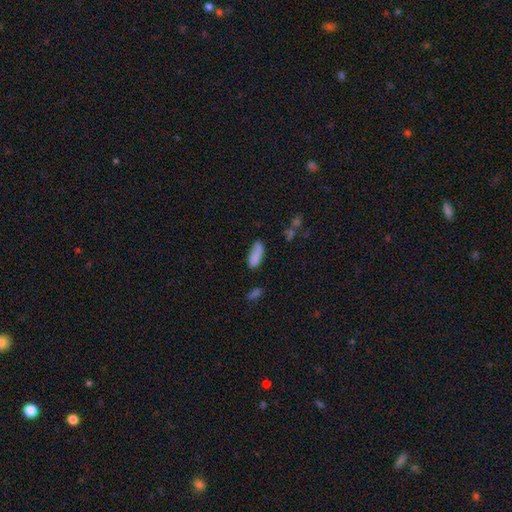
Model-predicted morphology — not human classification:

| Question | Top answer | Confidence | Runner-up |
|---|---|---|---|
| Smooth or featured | smooth | 83% | star or artifact (9%) |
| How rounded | in between | 70% | cigar-shaped (28%) |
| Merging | none | 60% | minor disturbance (26%) |